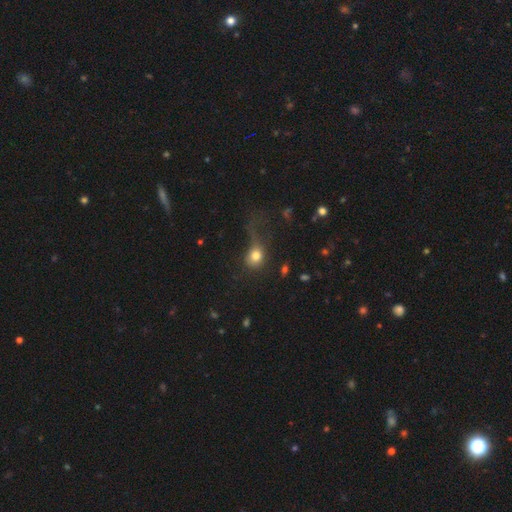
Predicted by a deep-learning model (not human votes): smooth-or-featured: smooth: 77% | star or artifact: 11% | featured or disk: 11%
  how-rounded: round: 63% | in between: 35% | cigar-shaped: 2%
  merging: major disturbance: 44% | none: 32% | minor disturbance: 21% | merger: 4%